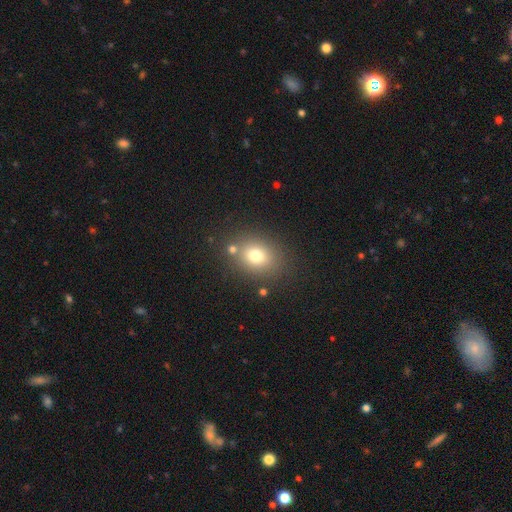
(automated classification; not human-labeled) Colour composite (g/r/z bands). It shows a smooth galaxy with no disk features (74%) that is round (53%). Merging: none (75%).